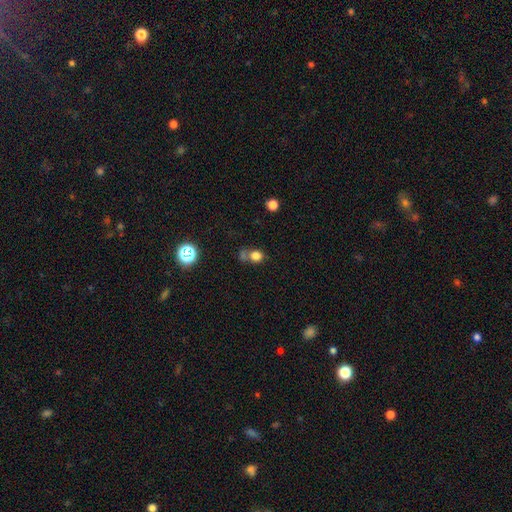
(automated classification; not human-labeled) This is likely a smooth galaxy (77%). How rounded: likely round (74%). Merging: possibly none (47%).